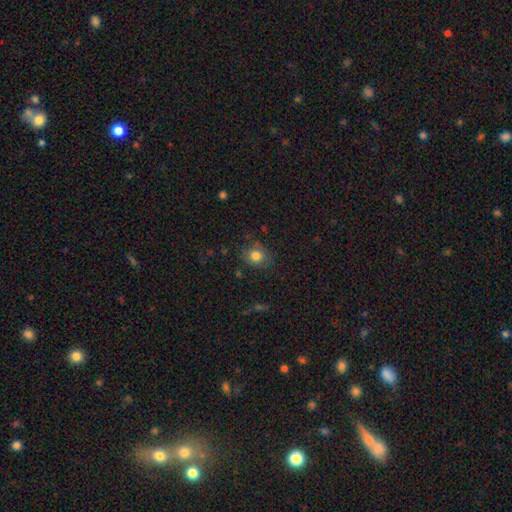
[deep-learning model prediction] smooth-or-featured: smooth: 80% | star or artifact: 12% | featured or disk: 8%
  how-rounded: round: 67% | in between: 32% | cigar-shaped: 1%
  merging: none: 80% | minor disturbance: 14% | major disturbance: 4% | merger: 2%